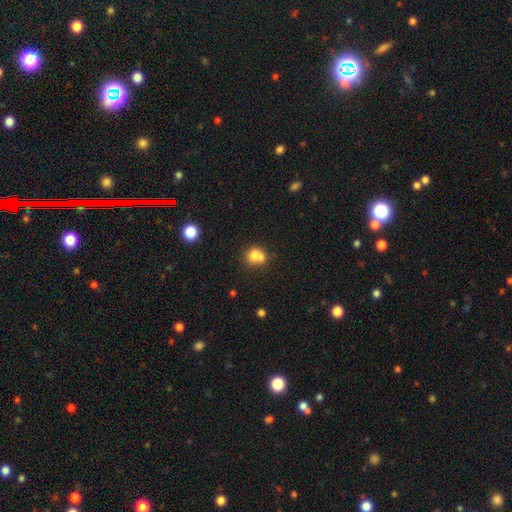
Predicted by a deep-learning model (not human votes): Smooth or featured? smooth (72%)
How rounded? round (76%)
Merging? merger (56%)